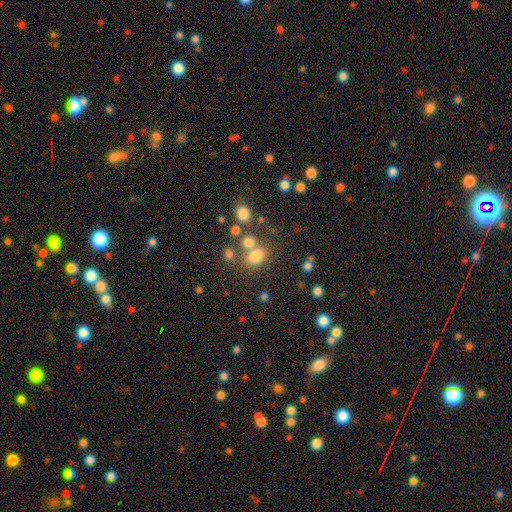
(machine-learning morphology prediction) Smooth or featured? smooth (74%)
How rounded? round (50%)
Merging? none (56%)